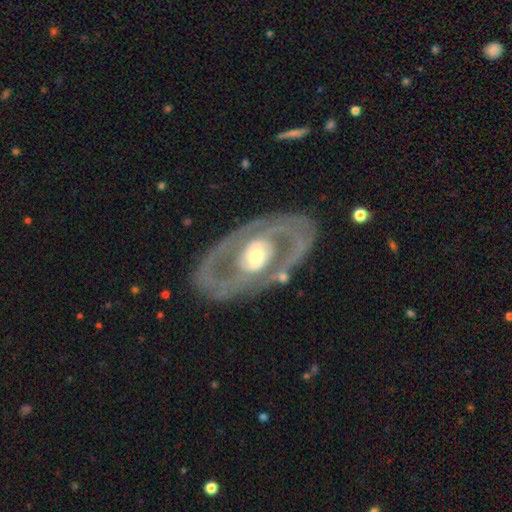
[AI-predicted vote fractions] The model was most divided on "spiral arms": yes: 57%, no: 43%. More confident: edge-on disk — no (93%); smooth or featured — featured or disk (82%); merging — none (73%); bulge size — moderate (62%); bar — no (55%).